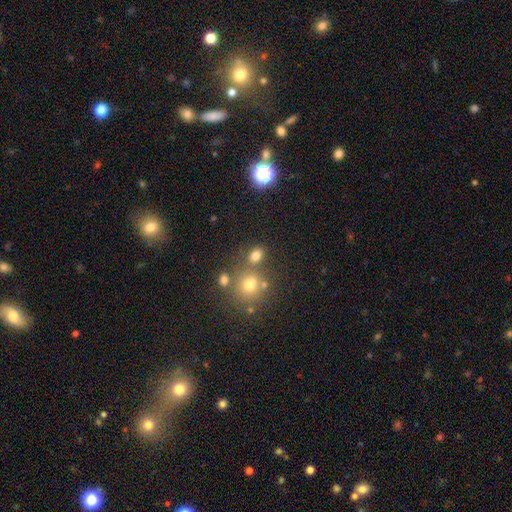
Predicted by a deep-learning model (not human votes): Smooth or featured?
  - smooth: 74% *
  - star or artifact: 17%
  - featured or disk: 9%
How rounded?
  - in between: 52% *
  - round: 47%
  - cigar-shaped: 2%
Merging?
  - none: 65% *
  - merger: 19%
  - minor disturbance: 11%
  - major disturbance: 5%